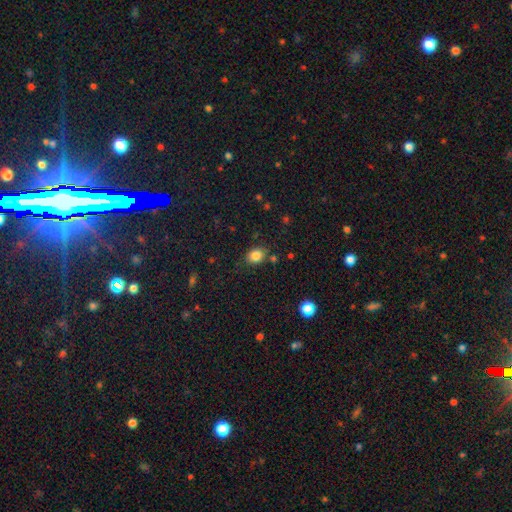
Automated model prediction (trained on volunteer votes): Smooth or featured? smooth (84%)
How rounded? in between (52%)
Merging? none (79%)